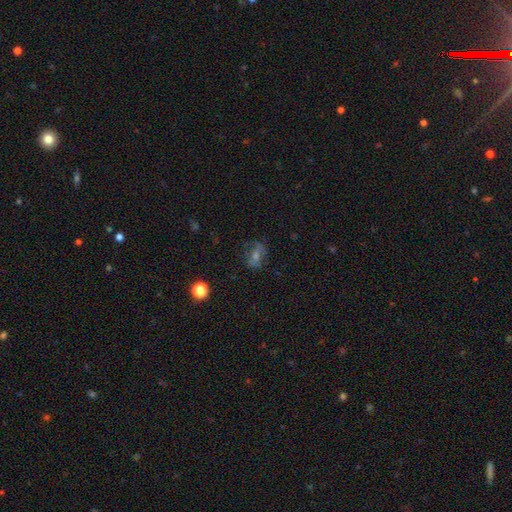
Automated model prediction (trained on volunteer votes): Q: Smooth or featured?
A: featured or disk (38%); runner-up: smooth (35%)
Q: Merging?
A: none (71%); runner-up: minor disturbance (17%)